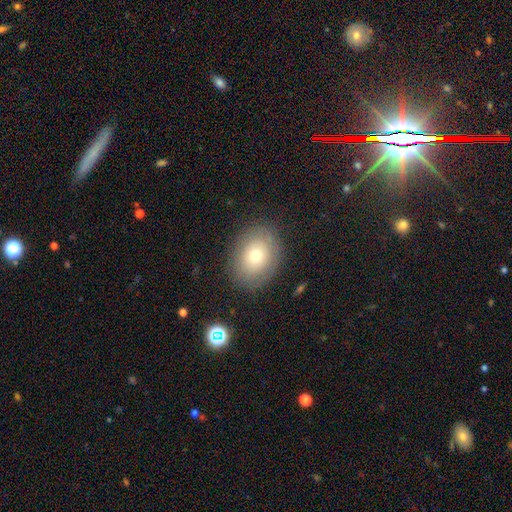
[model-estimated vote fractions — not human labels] smooth_or_featured: smooth (p=0.67) [alt: featured or disk p=0.23]
how_rounded: in between (p=0.52) [alt: round p=0.47]
merging: none (p=0.83) [alt: minor disturbance p=0.11]